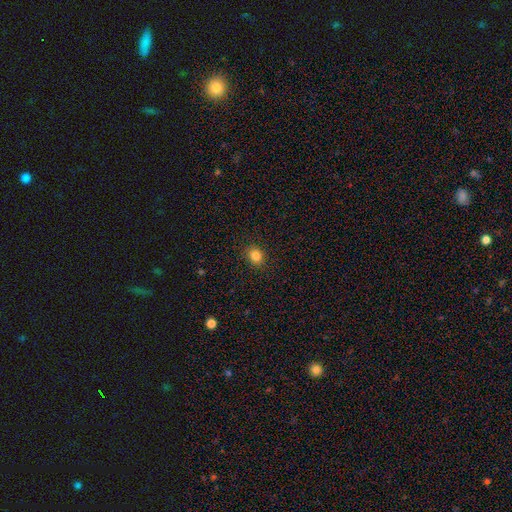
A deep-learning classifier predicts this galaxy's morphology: Smooth or featured: smooth — 84% (star or artifact — 11%)
How rounded: round — 54% (in between — 45%)
Merging: none — 89% (minor disturbance — 8%)